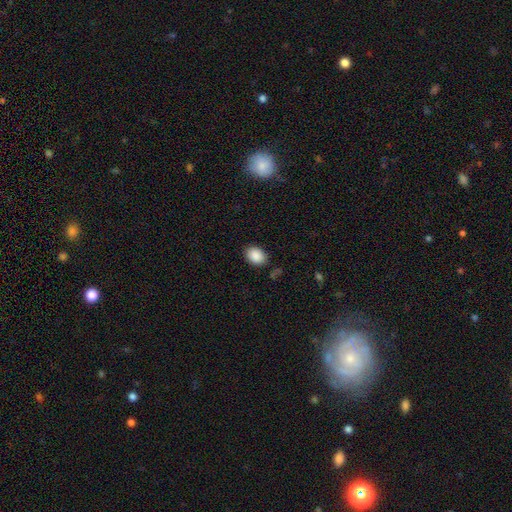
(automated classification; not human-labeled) smooth-or-featured: smooth: 89% | star or artifact: 8% | featured or disk: 4%
  how-rounded: in between: 70% | round: 30% | cigar-shaped: 1%
  merging: none: 85% | minor disturbance: 10% | major disturbance: 3% | merger: 2%